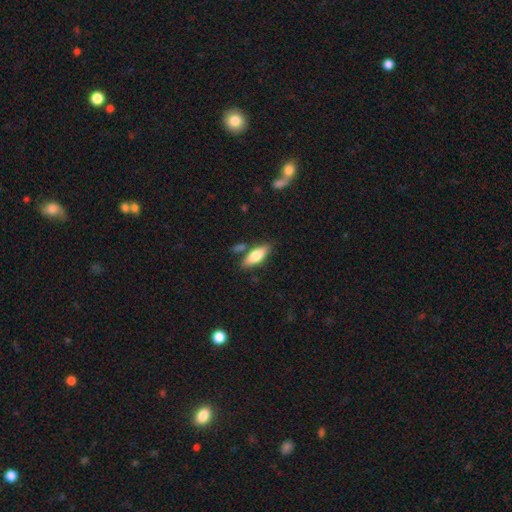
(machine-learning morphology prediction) Smooth or featured? smooth (68%)
How rounded? in between (61%)
Merging? none (76%)